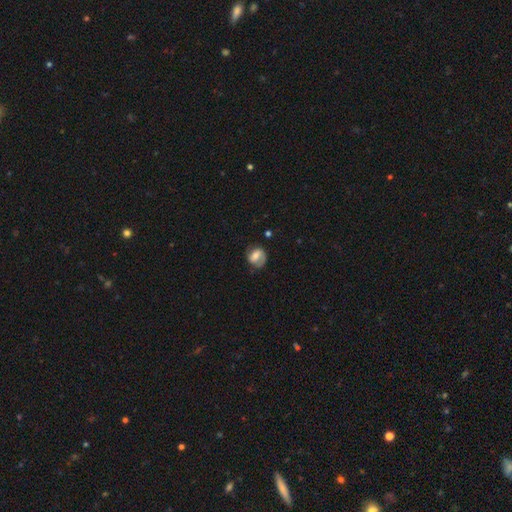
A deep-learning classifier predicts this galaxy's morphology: The model was most divided on "smooth or featured": smooth: 50%, featured or disk: 43%, star or artifact: 8%. More confident: merging — none (61%).